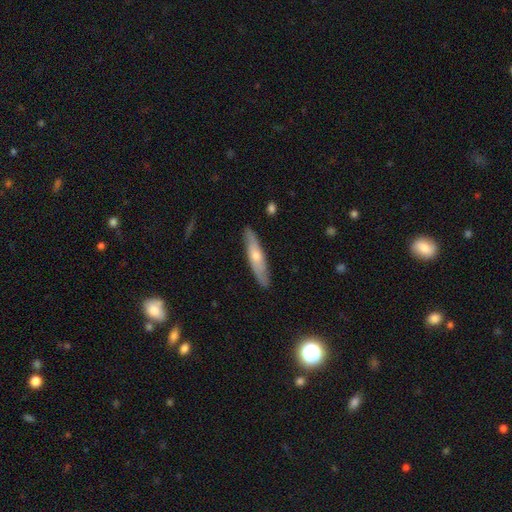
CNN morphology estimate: This appears to be a featured or disk galaxy (48%). Merging: none (87%).